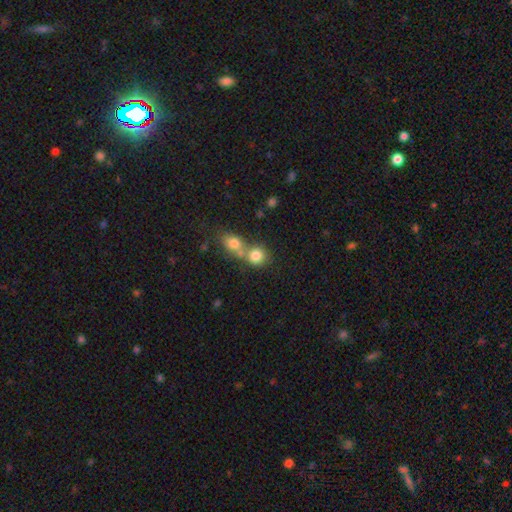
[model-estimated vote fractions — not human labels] Overall: smooth (81%). How rounded: round (81%). Merging: merger (48%; none 42%).